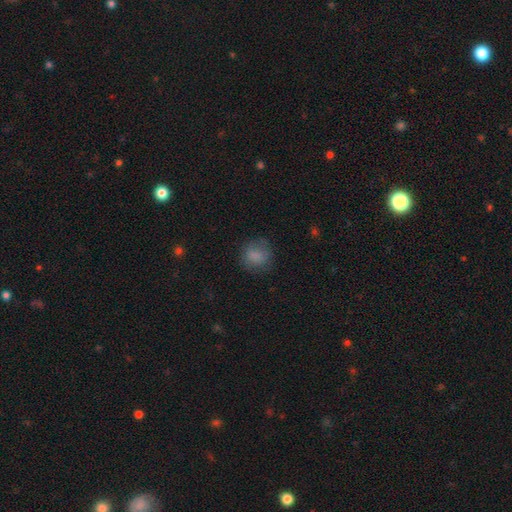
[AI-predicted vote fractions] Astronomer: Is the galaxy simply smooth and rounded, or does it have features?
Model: smooth — 83%.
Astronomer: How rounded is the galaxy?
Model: round — 81%.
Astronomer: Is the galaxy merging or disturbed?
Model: none — 75%.